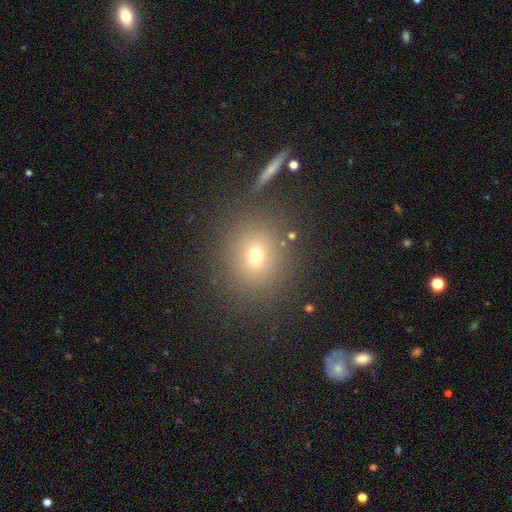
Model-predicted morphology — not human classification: Overall: smooth (68%). How rounded: round (78%). Merging: none (83%).